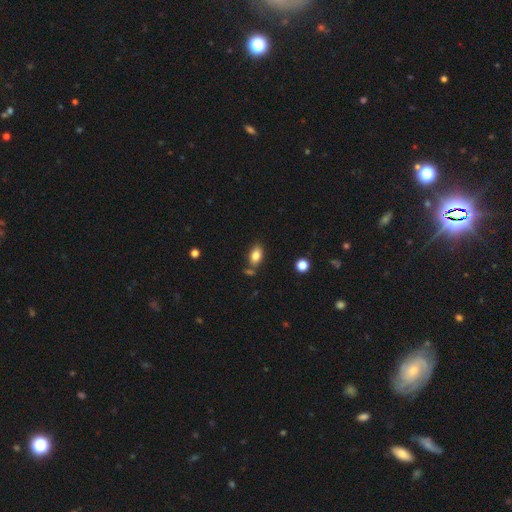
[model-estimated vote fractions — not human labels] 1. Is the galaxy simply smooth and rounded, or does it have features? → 82% smooth, 9% featured or disk, 9% star or artifact.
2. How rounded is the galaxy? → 89% in between, 9% round, 3% cigar-shaped.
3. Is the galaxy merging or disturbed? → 69% none, 14% minor disturbance, 13% merger, 4% major disturbance.